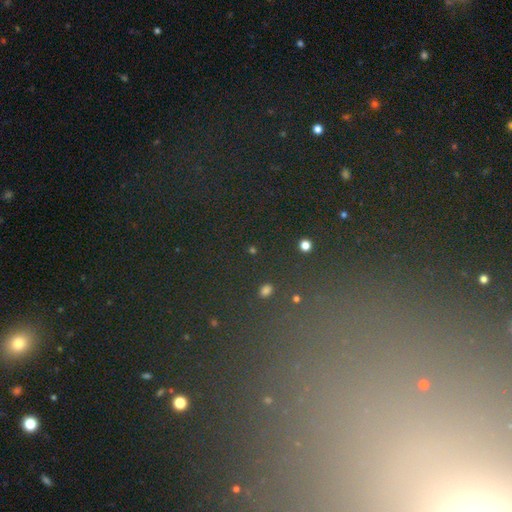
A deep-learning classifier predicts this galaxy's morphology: Smooth or featured?
  - star or artifact: 71% *
  - smooth: 16%
  - featured or disk: 13%